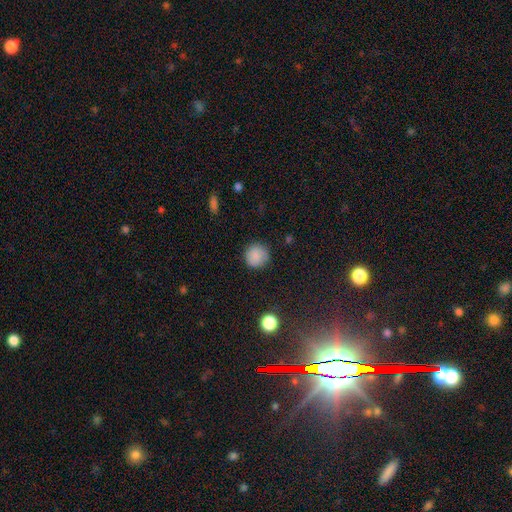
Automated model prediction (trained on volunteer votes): This is clearly a smooth galaxy (87%). How rounded: clearly round (94%). Merging: clearly none (87%).